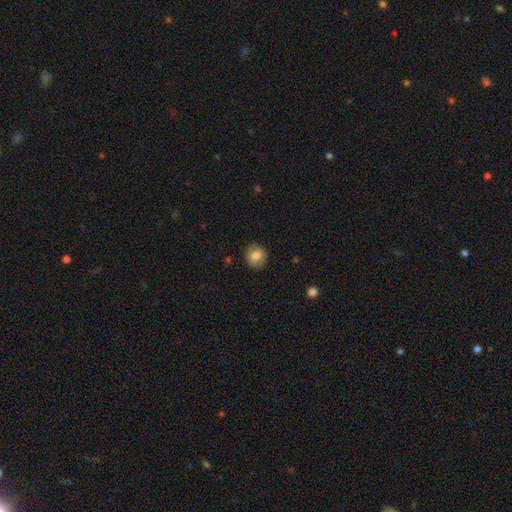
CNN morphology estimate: The model was most divided on "smooth or featured": smooth: 80%, featured or disk: 11%, star or artifact: 9%. More confident: merging — none (87%); how rounded — round (86%).